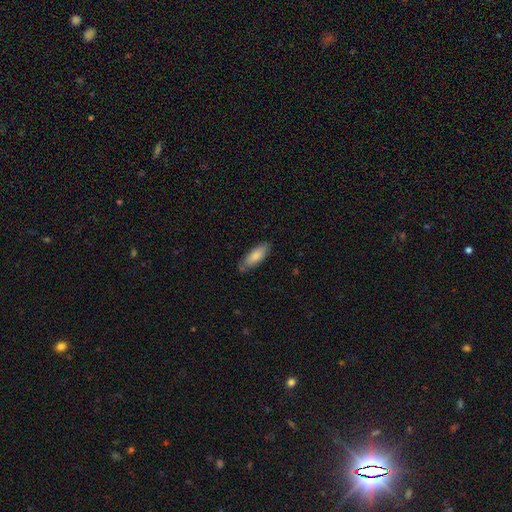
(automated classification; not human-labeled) Overall: smooth (83%). How rounded: in between (71%). Merging: none (76%).